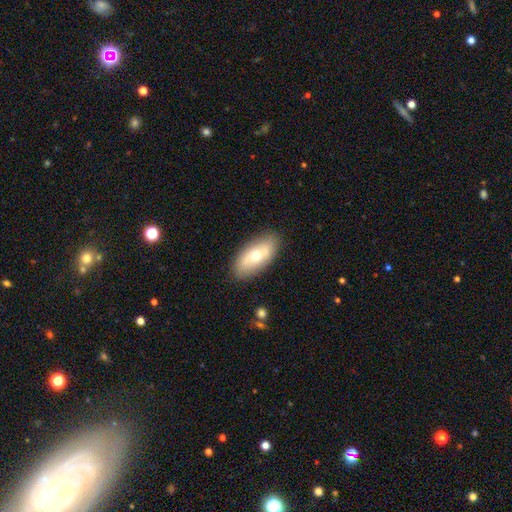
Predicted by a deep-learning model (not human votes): smooth_or_featured: smooth (p=0.56) [alt: featured or disk p=0.37]
how_rounded: in between (p=0.89) [alt: cigar-shaped p=0.07]
merging: none (p=0.83) [alt: minor disturbance p=0.11]